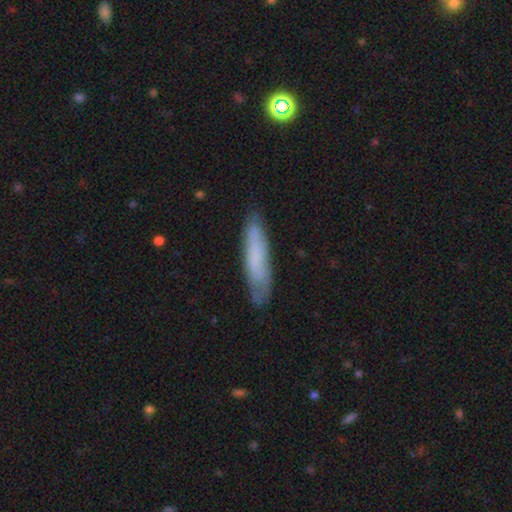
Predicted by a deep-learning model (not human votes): smooth_or_featured: smooth (p=0.65) [alt: featured or disk p=0.29]
how_rounded: cigar-shaped (p=0.81) [alt: in between p=0.18]
merging: none (p=0.78) [alt: minor disturbance p=0.17]